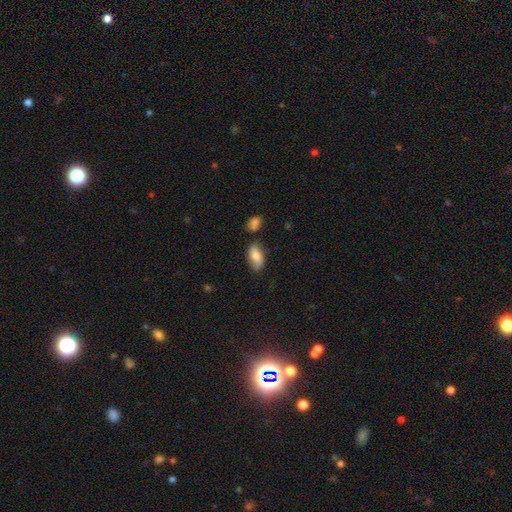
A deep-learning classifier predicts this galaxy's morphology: Smooth or featured: smooth — 71% (featured or disk — 22%)
How rounded: in between — 91% (cigar-shaped — 5%)
Merging: none — 68% (minor disturbance — 21%)